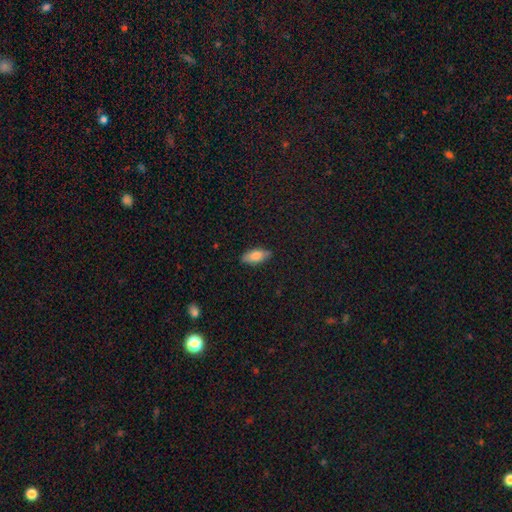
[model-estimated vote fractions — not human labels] A smooth galaxy with no disk features (79%) that is in between round and cigar-shaped (84%). Merging: none (85%).